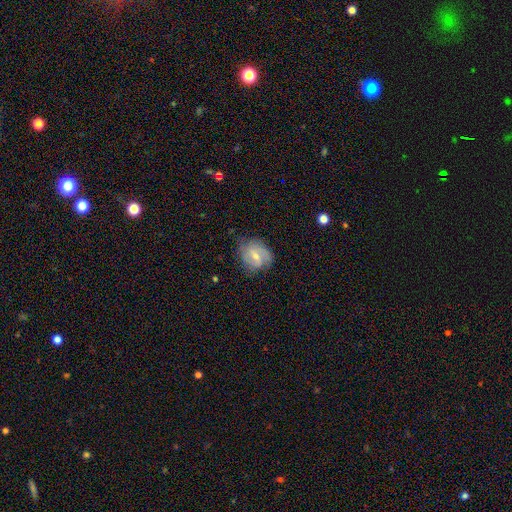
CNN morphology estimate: Smooth or featured? Predicted: featured or disk (p=0.67). Edge-on disk? Predicted: no (p=0.97). Bar? Predicted: weak (p=0.56). Spiral arms? Predicted: yes (p=0.86). Spiral winding? Predicted: medium (p=0.44). Spiral arm count? Predicted: 2 (p=0.61). Bulge size? Predicted: small (p=0.51). Merging? Predicted: none (p=0.65).